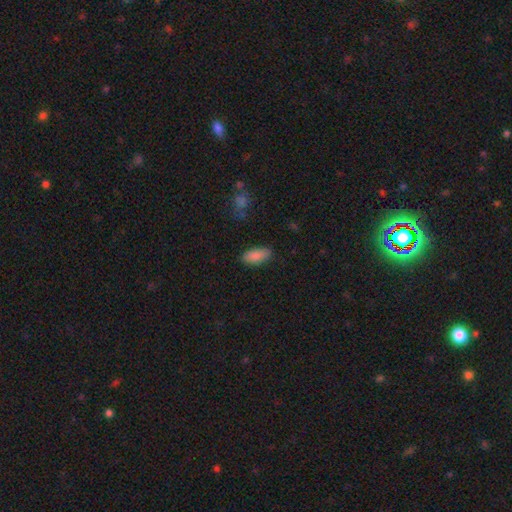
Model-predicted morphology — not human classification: Smooth or featured? smooth (86%)
How rounded? in between (87%)
Merging? none (82%)